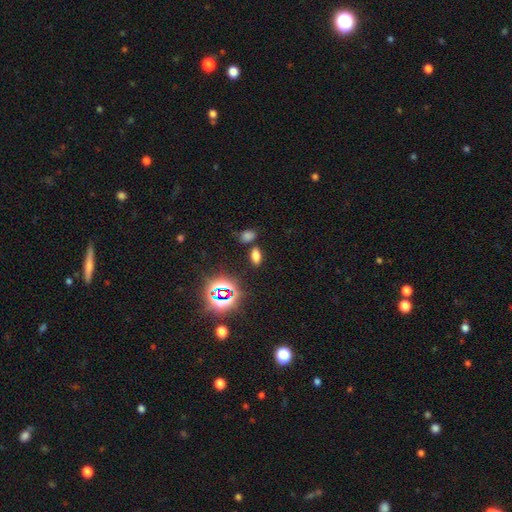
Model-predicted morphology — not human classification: A smooth galaxy with no disk features (65%) that is in between round and cigar-shaped (85%). Merging: none (80%).